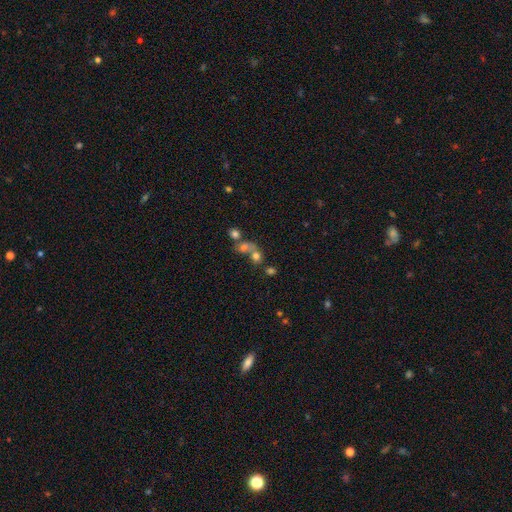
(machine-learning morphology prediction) Smooth or featured? Predicted: smooth (p=0.67). How rounded? Predicted: round (p=0.72). Merging? Predicted: merger (p=0.53).